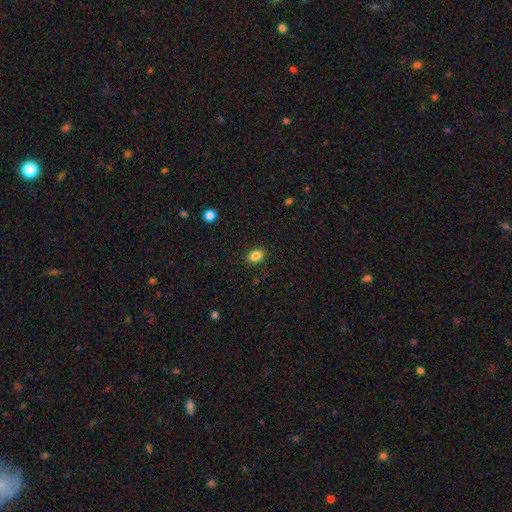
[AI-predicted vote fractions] A smooth galaxy with no disk features (85%) that is in between round and cigar-shaped (73%). Merging: none (88%).